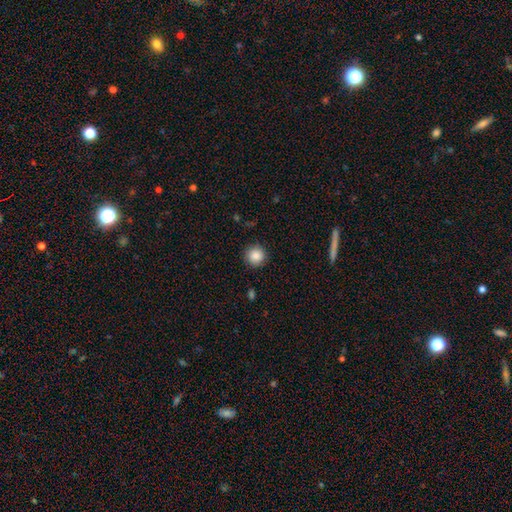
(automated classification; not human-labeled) smooth 87%, star or artifact 9%, featured or disk 4%. Down the decision tree: how rounded — round (94%); merging — none (90%).